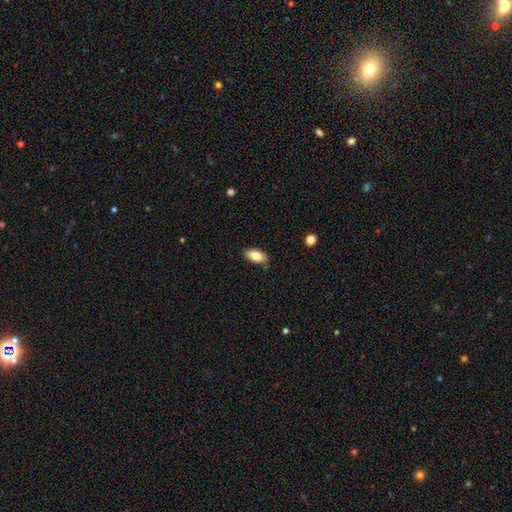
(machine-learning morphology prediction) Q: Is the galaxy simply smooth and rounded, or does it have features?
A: smooth — 81%.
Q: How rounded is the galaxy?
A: in between — 91%.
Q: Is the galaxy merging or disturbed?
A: none — 86%.